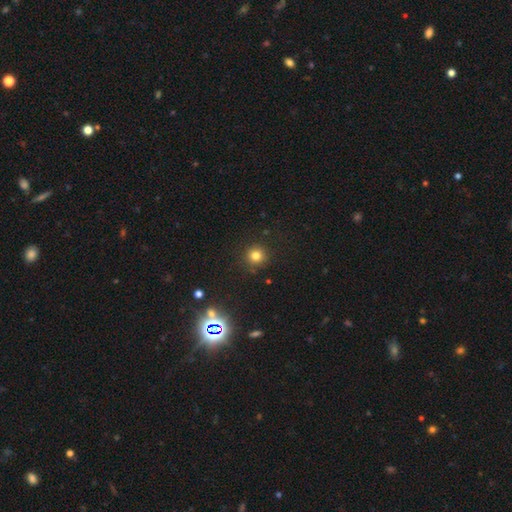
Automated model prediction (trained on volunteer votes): The model was most divided on "smooth or featured": smooth: 77%, star or artifact: 16%, featured or disk: 6%. More confident: how rounded — round (94%); merging — none (90%).